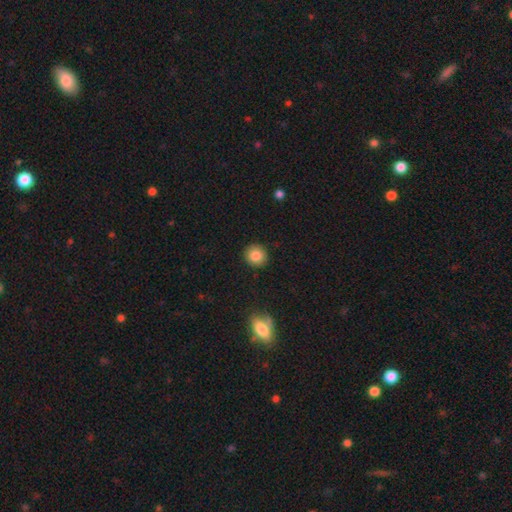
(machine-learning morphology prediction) smooth 83%, star or artifact 10%, featured or disk 7%. Down the decision tree: how rounded — round (90%); merging — none (91%).